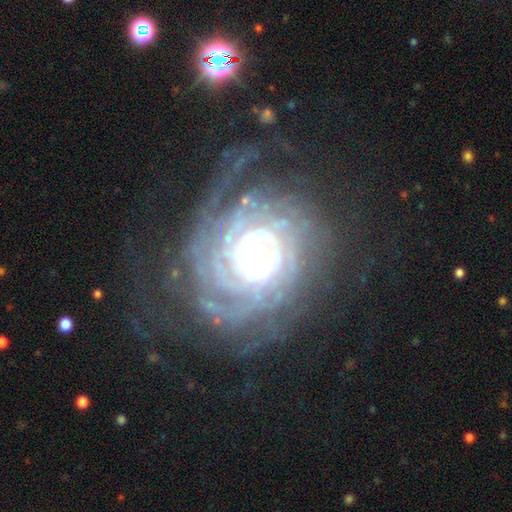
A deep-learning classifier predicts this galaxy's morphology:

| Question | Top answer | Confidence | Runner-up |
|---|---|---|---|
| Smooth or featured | featured or disk | 90% | star or artifact (6%) |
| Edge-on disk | no | 97% | yes (3%) |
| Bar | weak | 46% | strong (28%) |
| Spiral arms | yes | 97% | no (3%) |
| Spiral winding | tight | 78% | medium (17%) |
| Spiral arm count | can't tell | 33% | 2 (16%) |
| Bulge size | moderate | 55% | small (34%) |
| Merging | none | 66% | minor disturbance (18%) |